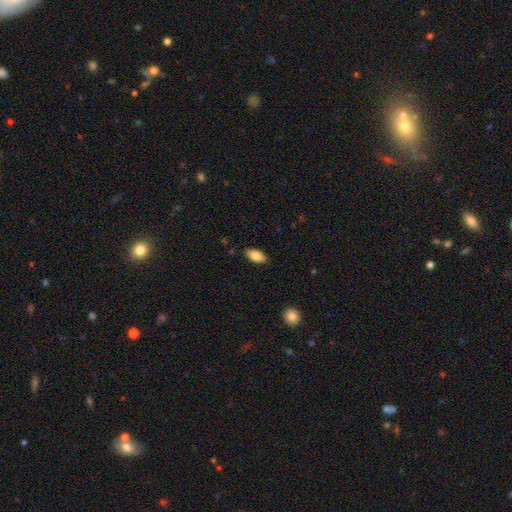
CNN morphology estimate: Q: Smooth or featured?
A: smooth (83%); runner-up: featured or disk (10%)
Q: How rounded?
A: in between (90%); runner-up: cigar-shaped (7%)
Q: Merging?
A: none (87%); runner-up: minor disturbance (10%)